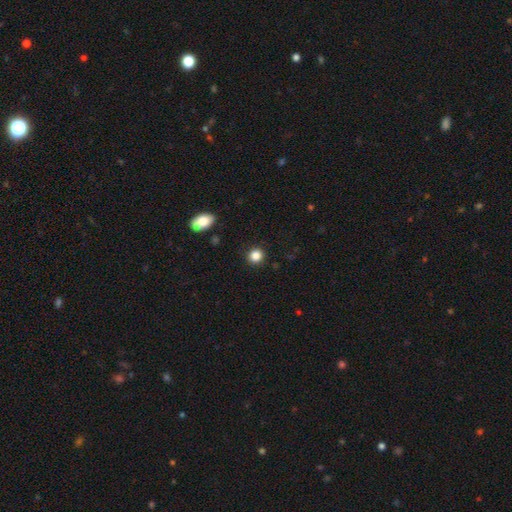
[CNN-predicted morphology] Smooth or featured? smooth (86%)
How rounded? round (90%)
Merging? none (91%)